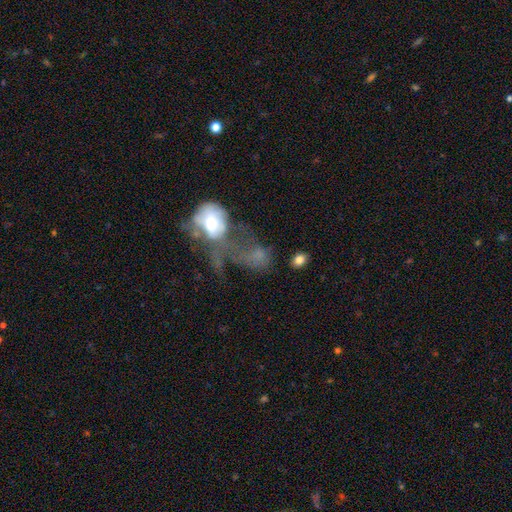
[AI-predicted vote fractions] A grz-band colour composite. It shows a smooth galaxy with no disk features (50%). Merging: major disturbance (47%).